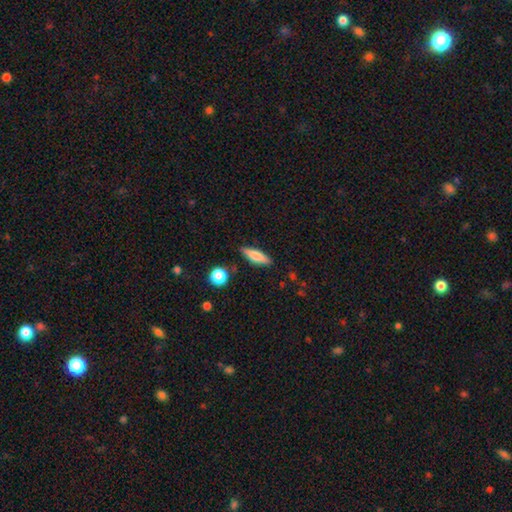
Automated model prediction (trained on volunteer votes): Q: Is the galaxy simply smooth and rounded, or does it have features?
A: smooth — 71%.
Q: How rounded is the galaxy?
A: cigar-shaped — 57%.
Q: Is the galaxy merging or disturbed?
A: none — 84%.